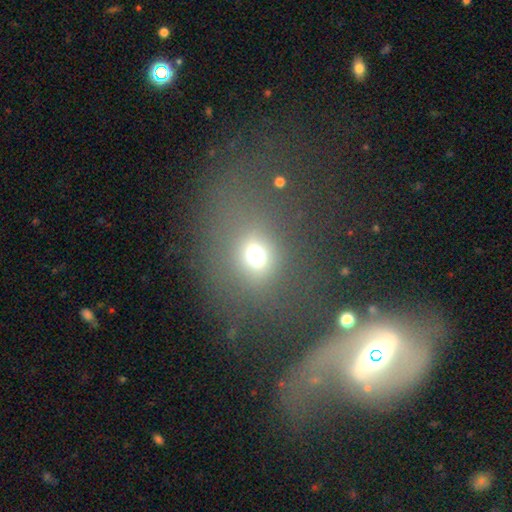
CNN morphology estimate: This appears to be a smooth galaxy with no disk features (67%) that is round (66%). Merging: none (69%).